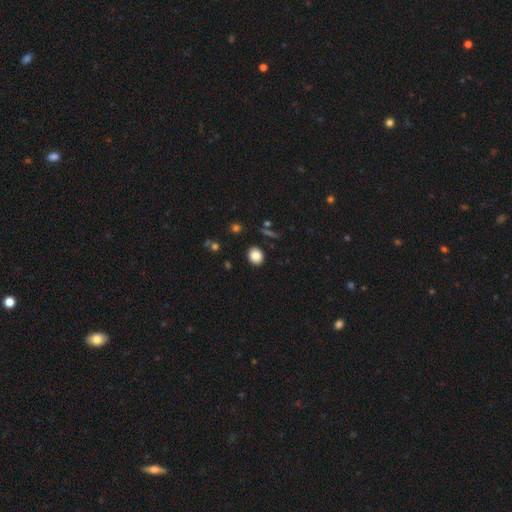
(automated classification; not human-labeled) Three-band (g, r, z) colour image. It shows a smooth galaxy with no disk features (85%) that is round (57%). Merging: none (89%).